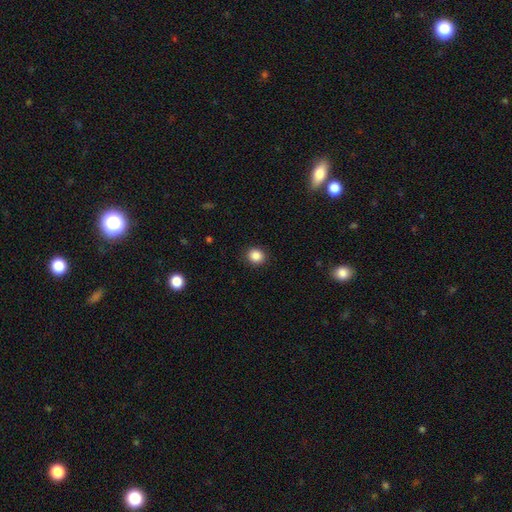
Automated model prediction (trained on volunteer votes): Overall: smooth (87%). How rounded: round (77%). Merging: none (89%).